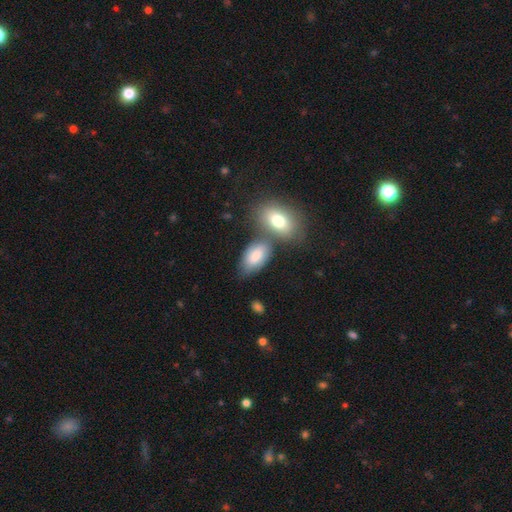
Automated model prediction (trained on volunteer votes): smooth 80%, featured or disk 13%, star or artifact 7%. Down the decision tree: how rounded — in between (93%); merging — none (54%).